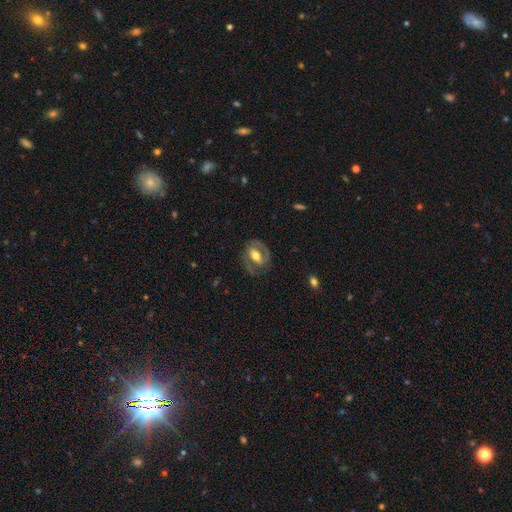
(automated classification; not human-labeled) Smooth or featured: featured or disk — 70% (smooth — 25%)
Edge-on disk: no — 94% (yes — 6%)
Bar: strong — 35% (tied with weak — 35%)
Spiral arms: yes — 68% (no — 32%)
Bulge size: moderate — 67% (large — 17%)
Merging: none — 73% (minor disturbance — 16%)